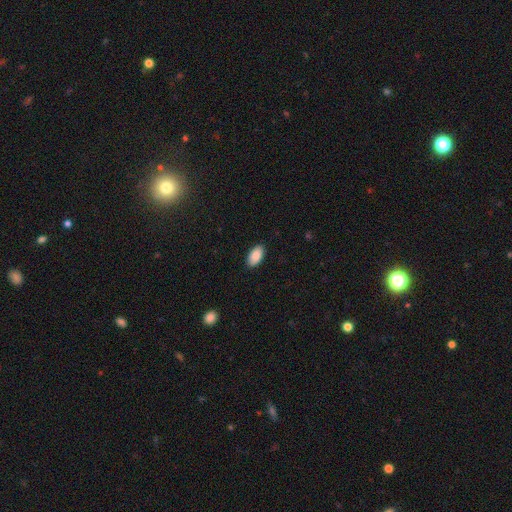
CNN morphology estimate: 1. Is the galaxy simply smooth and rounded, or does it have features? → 89% smooth, 6% star or artifact, 5% featured or disk.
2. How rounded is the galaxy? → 95% in between, 2% round, 2% cigar-shaped.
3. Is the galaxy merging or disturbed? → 88% none, 9% minor disturbance, 2% major disturbance, 1% merger.